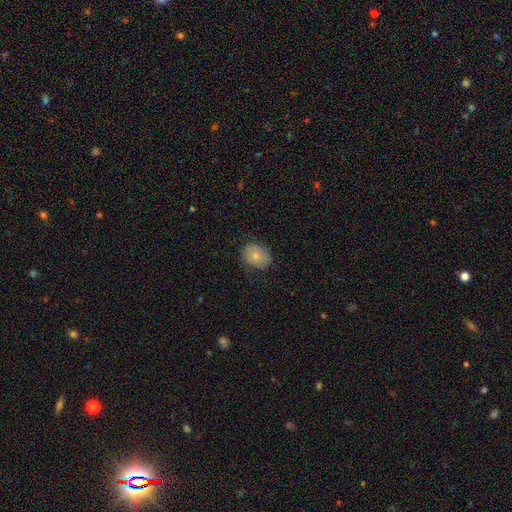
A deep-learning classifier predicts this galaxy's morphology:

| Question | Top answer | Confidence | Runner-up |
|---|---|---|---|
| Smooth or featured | smooth | 74% | featured or disk (18%) |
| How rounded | in between | 50% | round (49%) |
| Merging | none | 79% | minor disturbance (16%) |